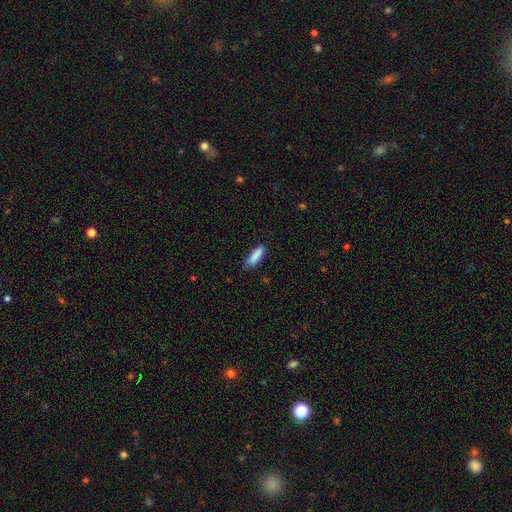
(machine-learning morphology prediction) The model was most divided on "how rounded": cigar-shaped: 50%, in between: 49%, round: 2%. More confident: smooth or featured — smooth (88%); merging — none (74%).